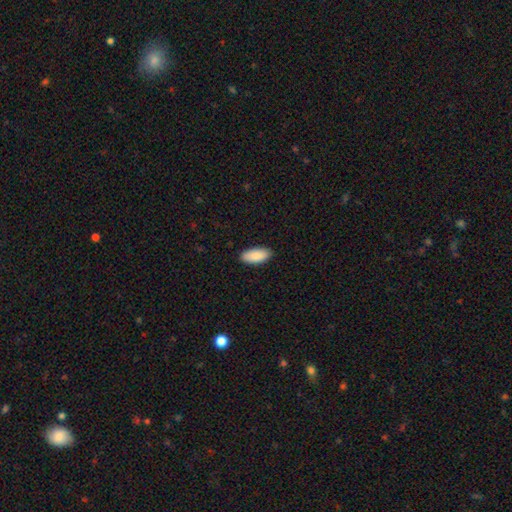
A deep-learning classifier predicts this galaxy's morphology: The model was most divided on "merging": none: 89%, minor disturbance: 8%, major disturbance: 2%, merger: 1%. More confident: how rounded — in between (90%); smooth or featured — smooth (90%).